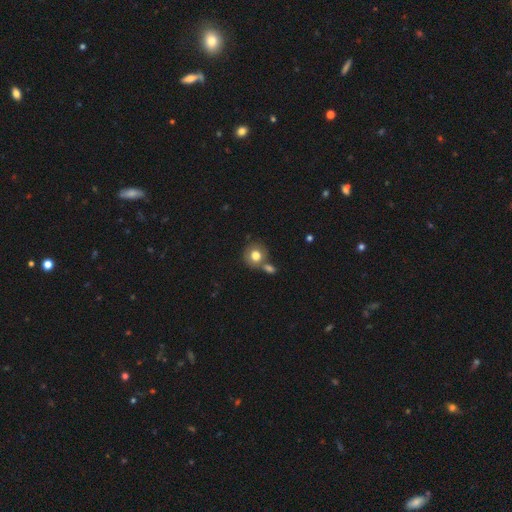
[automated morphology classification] type=smooth (76%); roundness=round (85%); merging=none (53%).